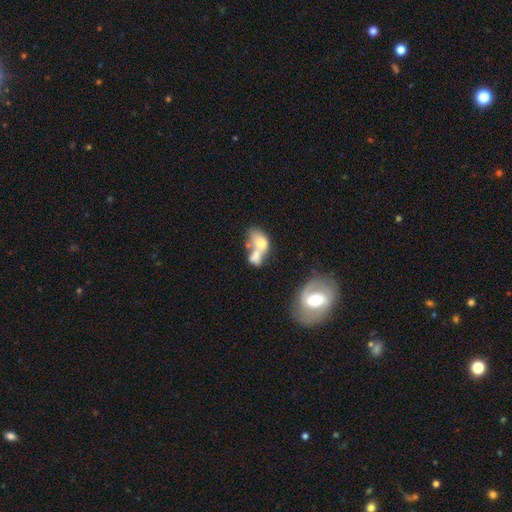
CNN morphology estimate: smooth 57%, featured or disk 34%, star or artifact 9%. Down the decision tree: how rounded — in between (75%); merging — merger (69%).